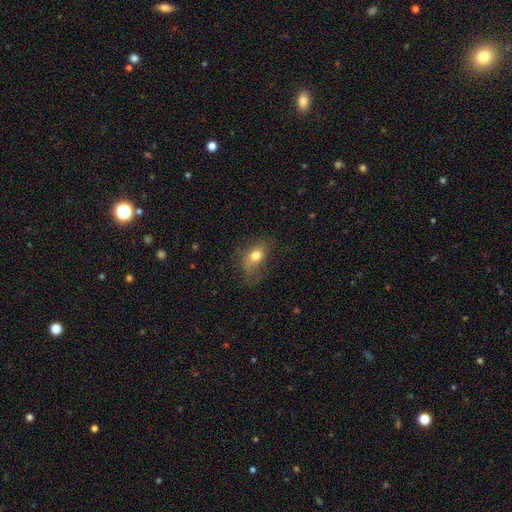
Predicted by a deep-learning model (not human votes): The model was most divided on "merging": none: 50%, minor disturbance: 28%, major disturbance: 20%, merger: 2%. More confident: how rounded — in between (80%); smooth or featured — smooth (73%).